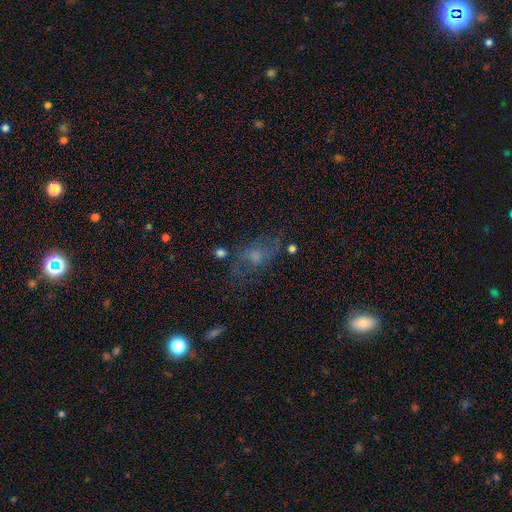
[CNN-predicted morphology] This appears to be a featured or disk galaxy (48%). Merging: none (56%).